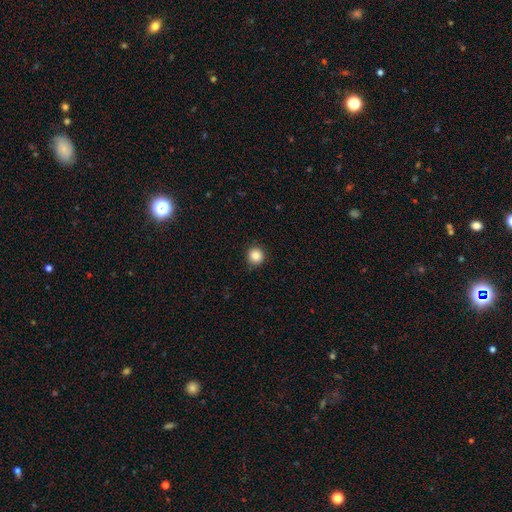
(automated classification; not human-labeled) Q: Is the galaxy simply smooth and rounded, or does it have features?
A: smooth — 86%.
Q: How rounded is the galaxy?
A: round — 94%.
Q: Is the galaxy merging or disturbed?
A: none — 88%.